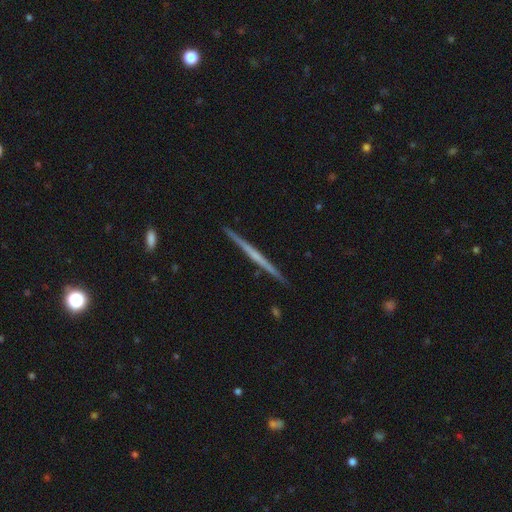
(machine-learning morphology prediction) Smooth or featured? featured or disk (69%)
Edge-on disk? yes (98%)
Edge-on bulge? none (74%)
Merging? none (92%)